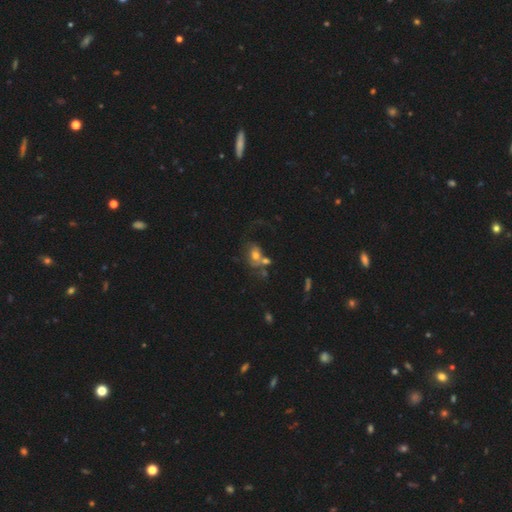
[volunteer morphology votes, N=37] featured or disk 57%, smooth 35%, star or artifact 8%. Down the decision tree: edge-on disk — no (100%); bar — no (90%); spiral arms — yes (81%); spiral arm count — 1 (71%); spiral winding — loose (47%); bulge size — moderate (62%); merging — major disturbance (50%).